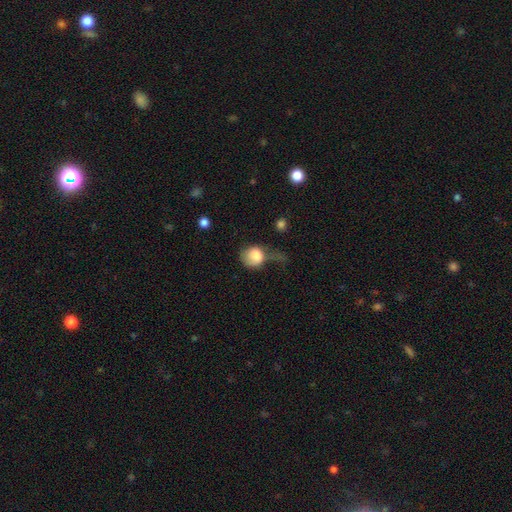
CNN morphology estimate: smooth_or_featured: smooth (p=0.78) [alt: featured or disk p=0.14]
how_rounded: round (p=0.68) [alt: in between p=0.31]
merging: major disturbance (p=0.46) [alt: minor disturbance p=0.26]